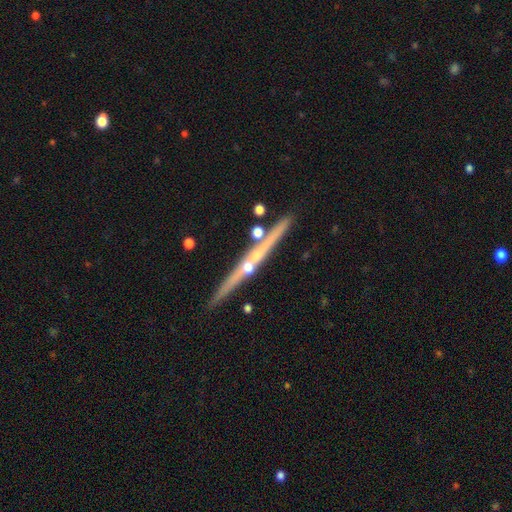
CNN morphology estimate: Smooth or featured: featured or disk — 77% (smooth — 16%)
Edge-on disk: yes — 98% (no — 2%)
Edge-on bulge: rounded — 71% (none — 25%)
Merging: none — 84% (minor disturbance — 8%)